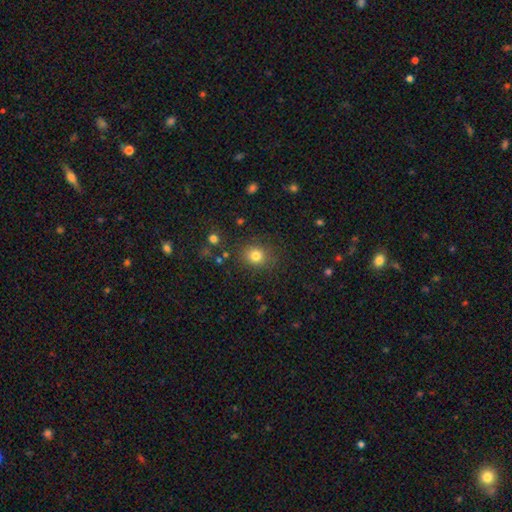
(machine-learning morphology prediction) Smooth or featured? Predicted: smooth (p=0.80). How rounded? Predicted: round (p=0.76). Merging? Predicted: none (p=0.84).